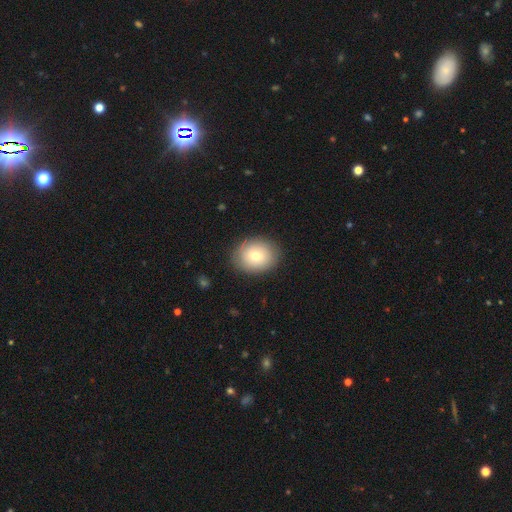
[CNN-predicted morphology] Q: Smooth or featured?
A: smooth (75%); runner-up: featured or disk (17%)
Q: How rounded?
A: round (56%); runner-up: in between (43%)
Q: Merging?
A: none (86%); runner-up: minor disturbance (10%)